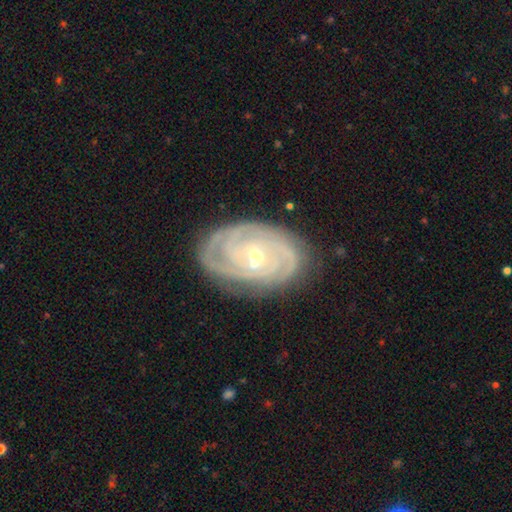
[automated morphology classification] The model was most divided on "bar": no: 44%, weak: 42%, strong: 15%. Remaining: spiral arms — yes (98%); edge-on disk — no (97%); smooth or featured — featured or disk (89%); merging — none (79%); spiral winding — tight (79%); bulge size — small (65%); spiral arm count — 3 (29%).